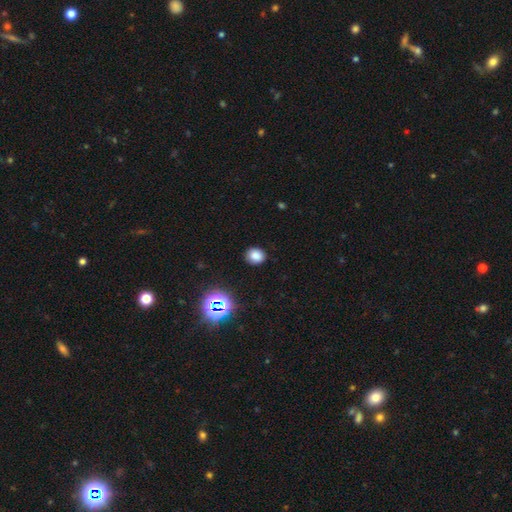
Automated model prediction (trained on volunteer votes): Smooth or featured? Predicted: smooth (p=0.80). How rounded? Predicted: round (p=0.70). Merging? Predicted: none (p=0.88).